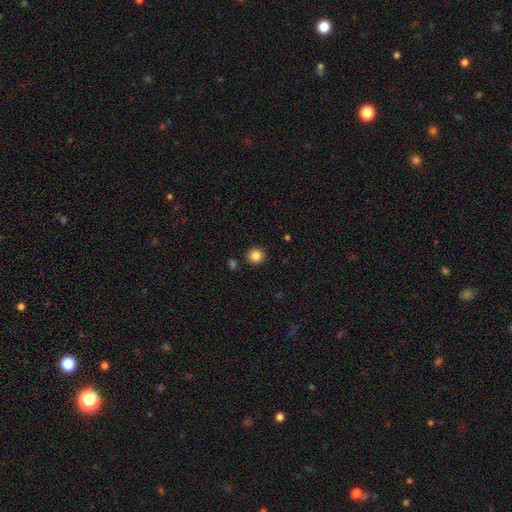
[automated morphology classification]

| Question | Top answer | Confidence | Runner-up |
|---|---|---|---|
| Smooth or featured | smooth | 84% | star or artifact (11%) |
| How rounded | round | 92% | in between (7%) |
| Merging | none | 90% | minor disturbance (6%) |